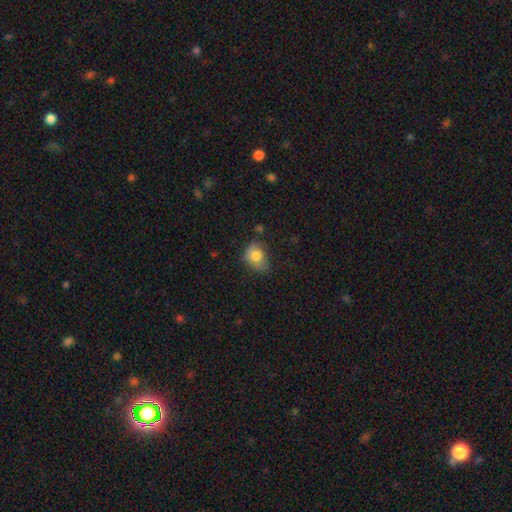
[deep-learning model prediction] Smooth or featured? Predicted: smooth (p=0.78). How rounded? Predicted: in between (p=0.61). Merging? Predicted: none (p=0.44).